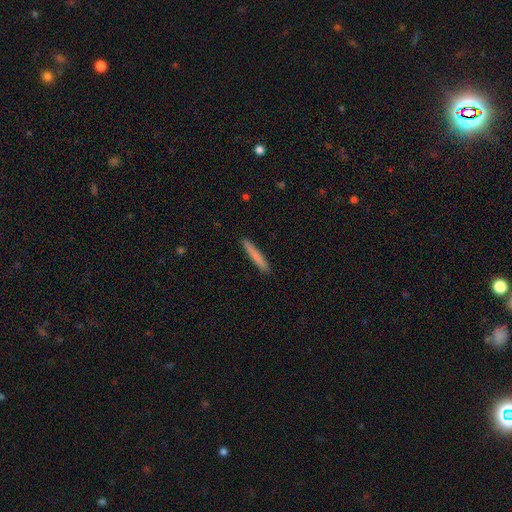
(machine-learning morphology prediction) The model was most divided on "smooth or featured": smooth: 79%, featured or disk: 15%, star or artifact: 6%. More confident: how rounded — cigar-shaped (96%); merging — none (92%).